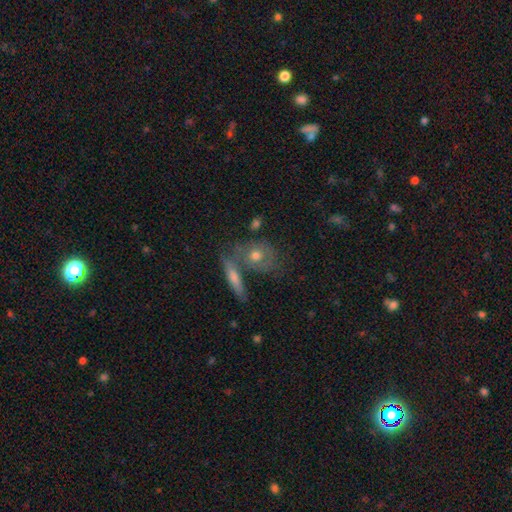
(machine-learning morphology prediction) Overall: featured or disk (48%; smooth 42%). Merging: none (53%; merger 27%).